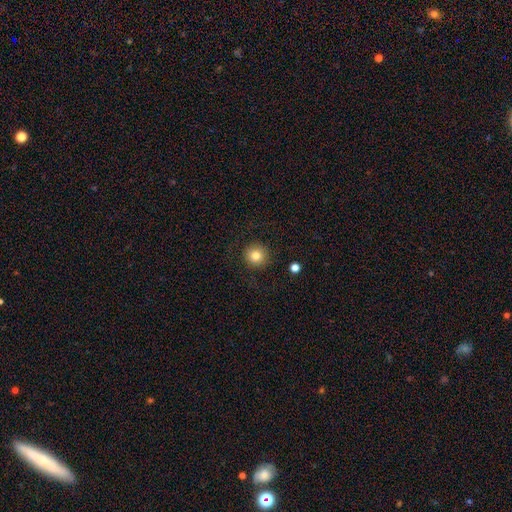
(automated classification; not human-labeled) This is clearly a smooth galaxy (81%). How rounded: clearly round (95%). Merging: clearly none (90%).